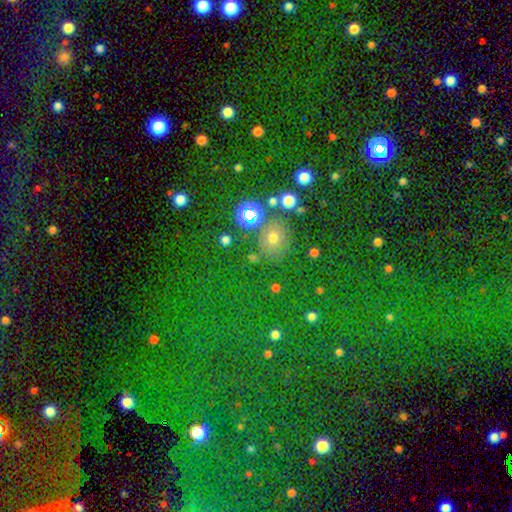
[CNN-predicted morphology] Q: Smooth or featured?
A: star or artifact (56%); runner-up: smooth (35%)